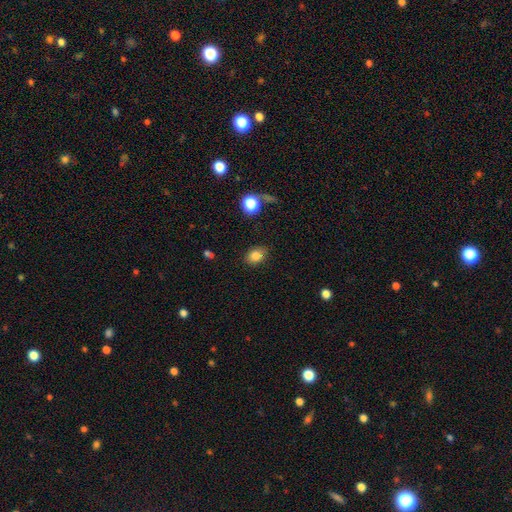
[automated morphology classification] smooth_or_featured: smooth (p=0.81) [alt: star or artifact p=0.11]
how_rounded: in between (p=0.66) [alt: round p=0.32]
merging: none (p=0.84) [alt: minor disturbance p=0.11]